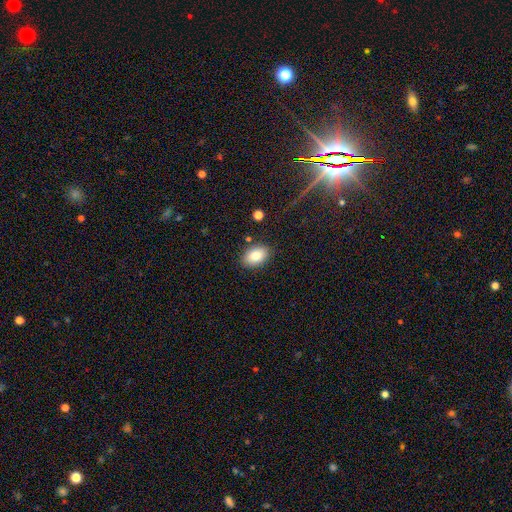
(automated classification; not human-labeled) This appears to be a smooth galaxy with no disk features (85%) that is in between round and cigar-shaped (87%). Merging: none (85%).